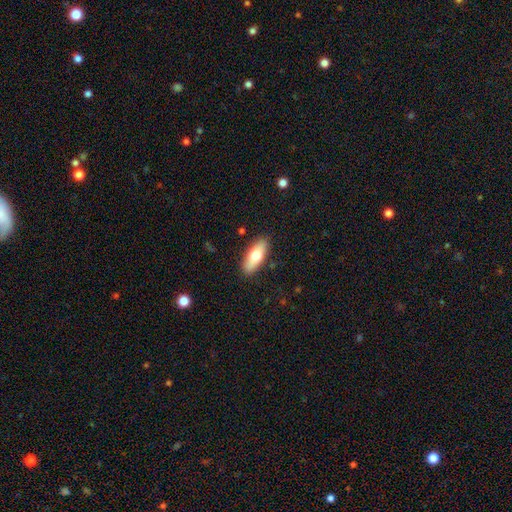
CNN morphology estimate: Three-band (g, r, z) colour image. It shows a smooth galaxy with no disk features (70%) that is in between round and cigar-shaped (75%). Merging: none (88%).